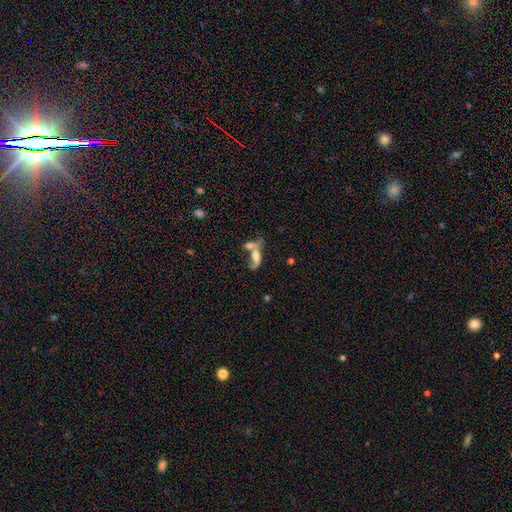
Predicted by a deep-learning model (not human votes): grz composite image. It shows a smooth galaxy with no disk features (53%) that is in between round and cigar-shaped (69%). Merging: merger (55%).